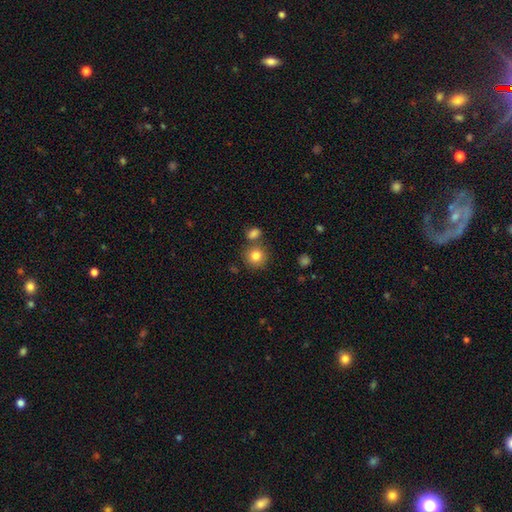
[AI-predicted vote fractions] Smooth or featured? smooth (82%)
How rounded? round (90%)
Merging? none (74%)